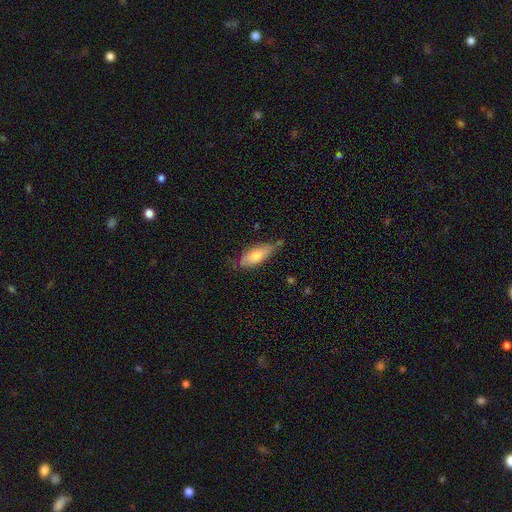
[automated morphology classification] smooth_or_featured: smooth (p=0.74) [alt: featured or disk p=0.20]
how_rounded: in between (p=0.68) [alt: cigar-shaped p=0.30]
merging: none (p=0.65) [alt: minor disturbance p=0.27]